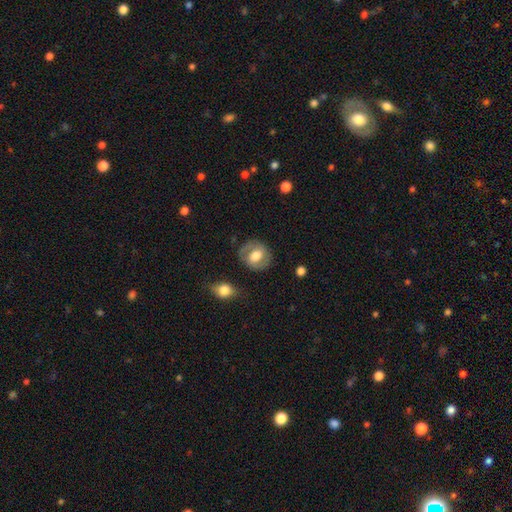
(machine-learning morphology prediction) This appears to be a smooth galaxy with no disk features (50%) that is round (67%). Merging: none (79%).